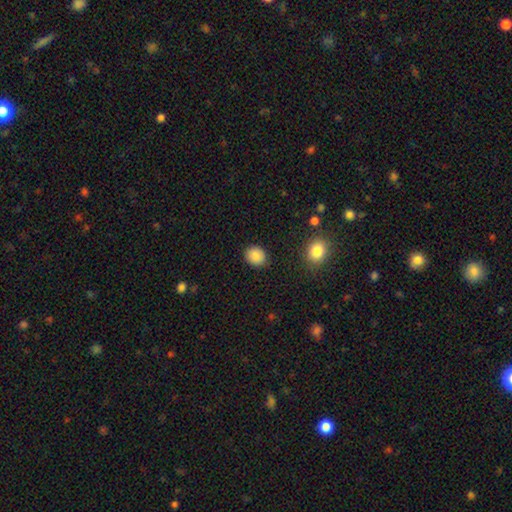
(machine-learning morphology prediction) Smooth or featured? smooth (87%)
How rounded? round (71%)
Merging? none (89%)